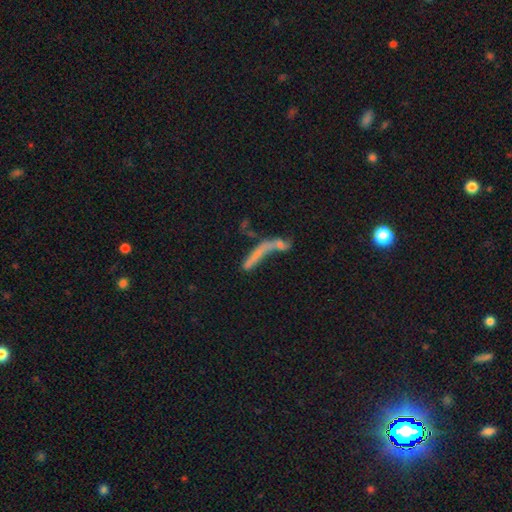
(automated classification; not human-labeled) The model was most divided on "smooth or featured": smooth: 53%, featured or disk: 34%, star or artifact: 13%. Remaining: how rounded — cigar-shaped (81%); merging — merger (49%).